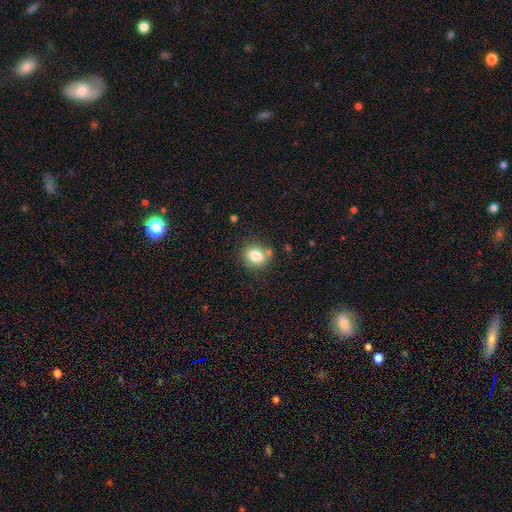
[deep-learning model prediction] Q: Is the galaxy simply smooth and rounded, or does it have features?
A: smooth — 81%.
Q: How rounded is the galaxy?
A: round — 53%.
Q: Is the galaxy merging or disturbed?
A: none — 76%.